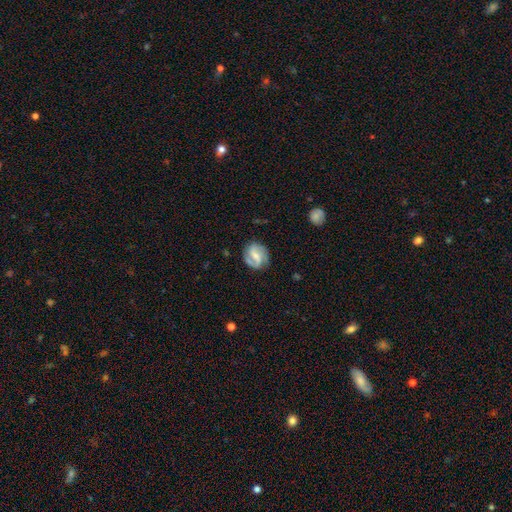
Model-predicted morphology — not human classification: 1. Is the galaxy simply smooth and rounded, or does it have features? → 77% featured or disk, 17% smooth, 6% star or artifact.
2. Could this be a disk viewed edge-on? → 97% no, 3% yes.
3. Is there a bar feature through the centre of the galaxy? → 46% weak, 35% strong, 19% no.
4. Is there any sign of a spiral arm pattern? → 93% yes, 7% no.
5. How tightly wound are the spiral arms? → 46% medium, 27% tight, 26% loose.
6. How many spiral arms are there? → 85% 2, 6% can't tell, 4% 1, 3% 3, 1% 4, 1% more than 4.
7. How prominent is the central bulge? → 49% small, 38% moderate, 9% none, 3% large, 1% dominant.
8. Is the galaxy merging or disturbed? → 78% none, 16% minor disturbance, 5% major disturbance, 2% merger.